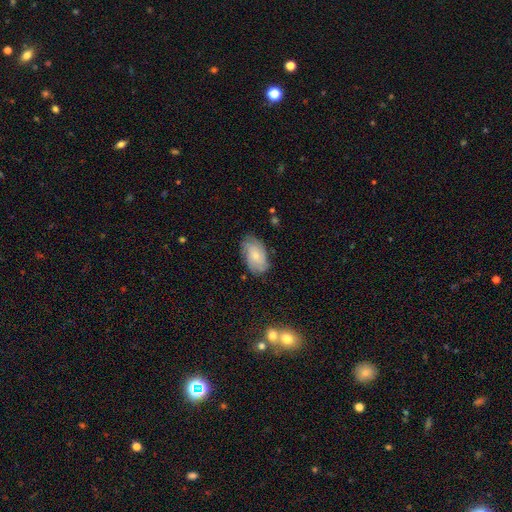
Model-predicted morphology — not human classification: Overall: featured or disk (54%; smooth 38%). Edge-on disk: no (96%). Bar: no (75%). Spiral arms: yes (86%). Bulge size: small (64%; moderate 31%). Merging: none (74%).